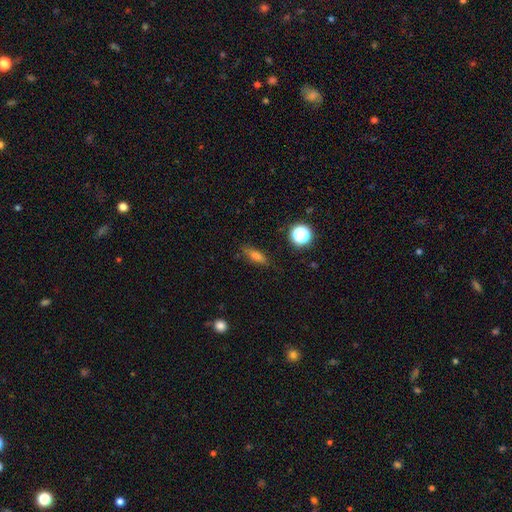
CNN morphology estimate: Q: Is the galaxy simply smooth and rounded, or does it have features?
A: smooth — 71%.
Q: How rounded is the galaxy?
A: in between — 56%.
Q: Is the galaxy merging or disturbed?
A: none — 79%.